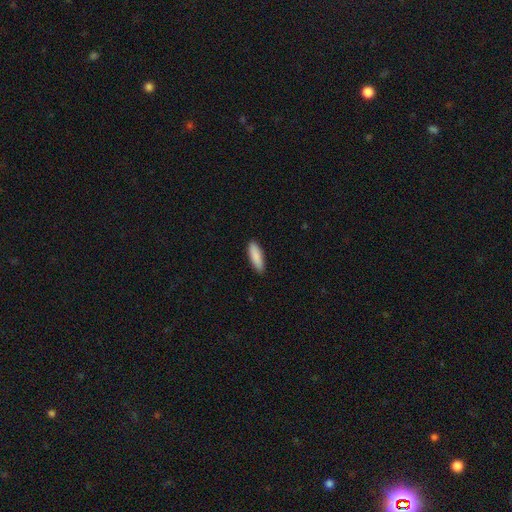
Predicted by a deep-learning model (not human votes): Overall: smooth (88%). How rounded: cigar-shaped (50%; in between 48%). Merging: none (89%).